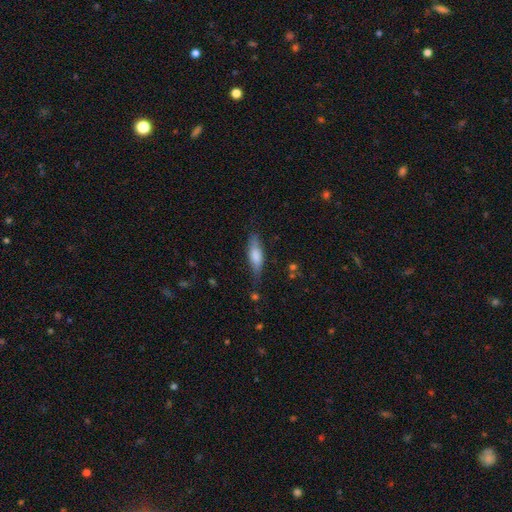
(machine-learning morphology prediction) Smooth or featured?
  - smooth: 70% *
  - featured or disk: 23%
  - star or artifact: 7%
How rounded?
  - in between: 50% *
  - cigar-shaped: 47%
  - round: 2%
Merging?
  - none: 71% *
  - minor disturbance: 22%
  - major disturbance: 5%
  - merger: 2%